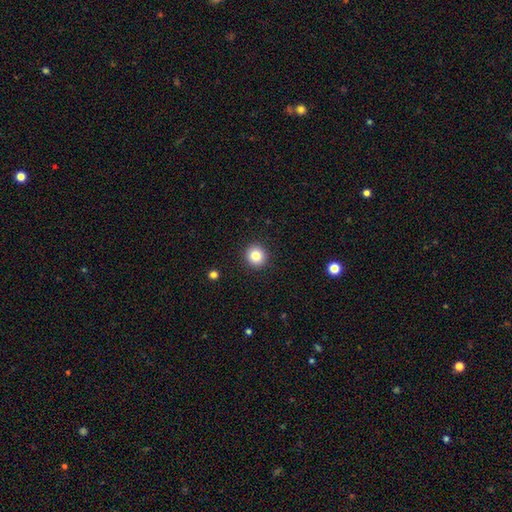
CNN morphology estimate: A smooth galaxy with no disk features (84%) that is round (92%). Merging: none (92%).